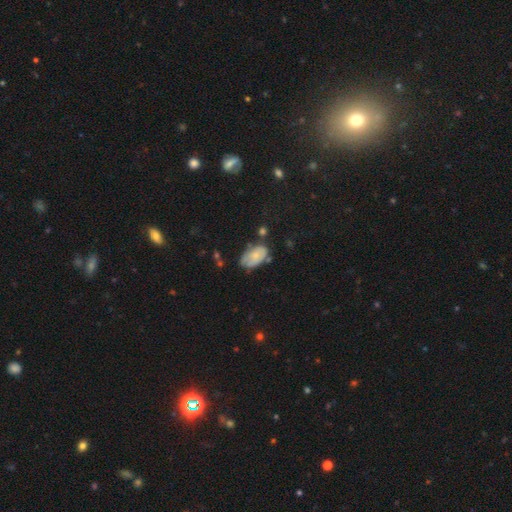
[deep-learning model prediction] This is likely a smooth galaxy (66%). How rounded: clearly in between (92%). Merging: possibly none (50%).